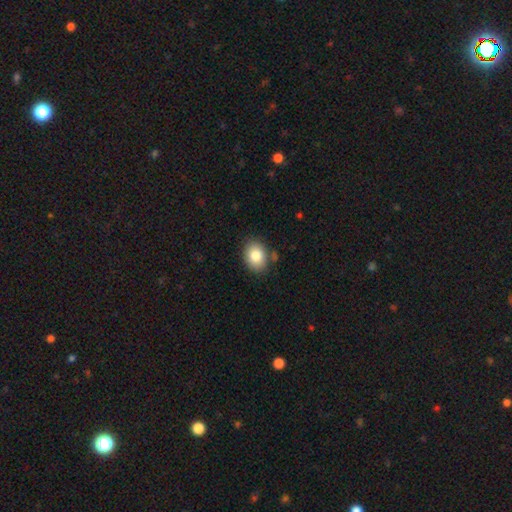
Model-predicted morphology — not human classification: Smooth or featured: smooth — 84% (star or artifact — 8%)
How rounded: in between — 62% (round — 37%)
Merging: none — 83% (minor disturbance — 11%)